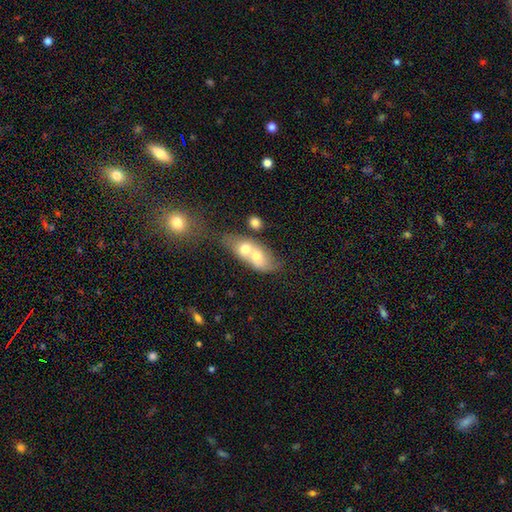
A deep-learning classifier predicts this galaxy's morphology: Smooth or featured?
  - smooth: 57% *
  - featured or disk: 33%
  - star or artifact: 10%
How rounded?
  - in between: 66% *
  - round: 24%
  - cigar-shaped: 9%
Merging?
  - merger: 71% *
  - none: 17%
  - minor disturbance: 7%
  - major disturbance: 5%